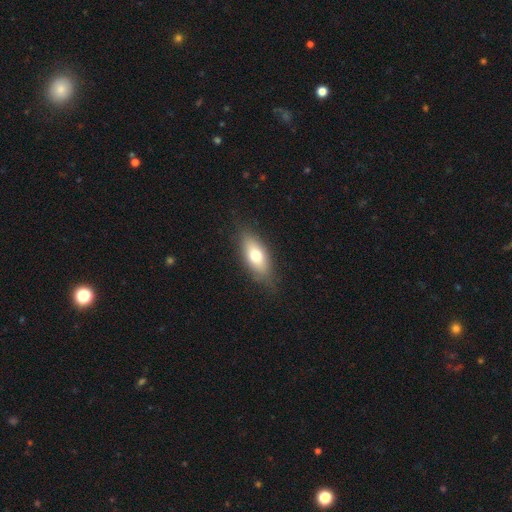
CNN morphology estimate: A smooth galaxy with no disk features (71%) that is in between round and cigar-shaped (79%). Merging: none (80%).